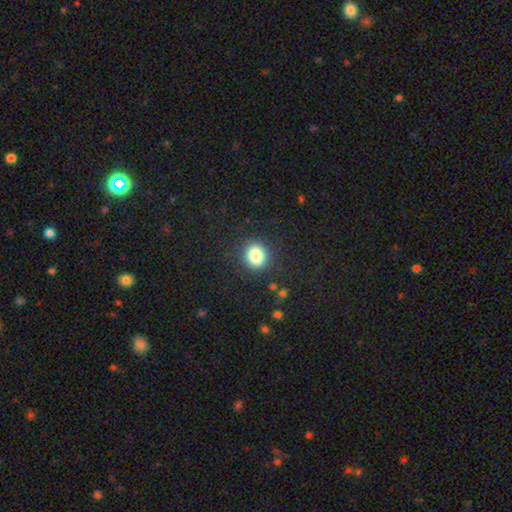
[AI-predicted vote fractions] This is clearly a smooth galaxy (84%). How rounded: likely round (74%). Merging: clearly none (88%).